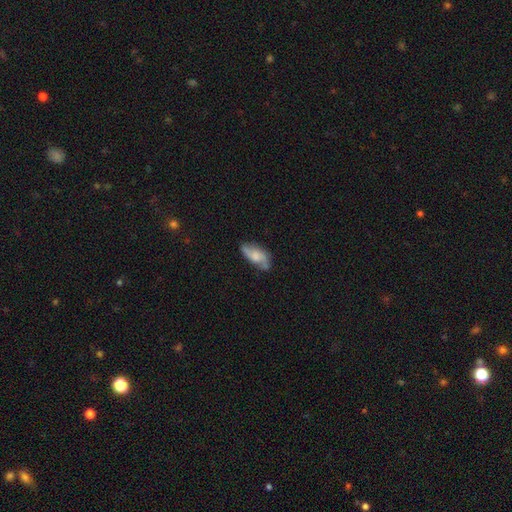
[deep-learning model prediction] Smooth or featured: smooth — 48% (featured or disk — 45%)
Merging: none — 60% (minor disturbance — 27%)